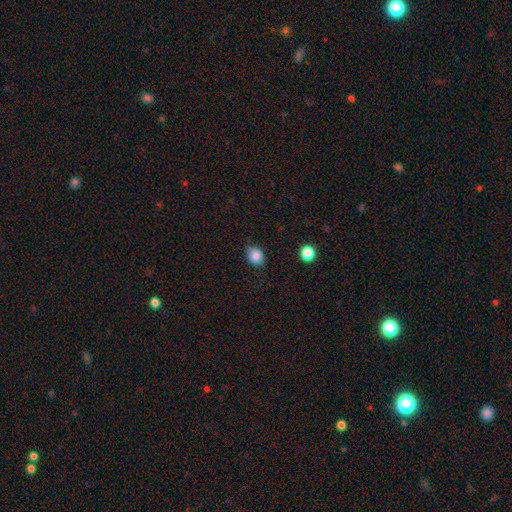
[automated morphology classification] type=smooth (84%); roundness=in between (61%); merging=none (73%).